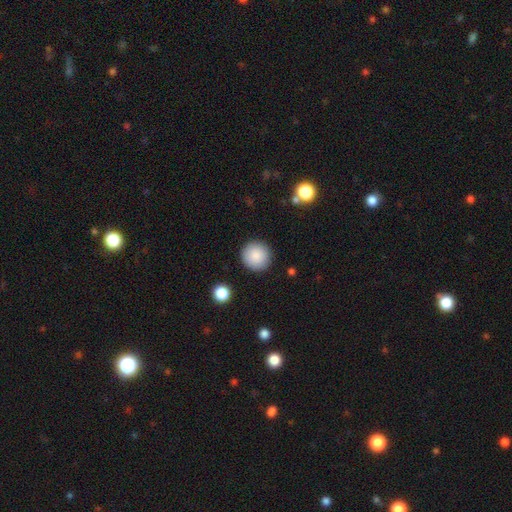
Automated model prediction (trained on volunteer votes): Overall: smooth (88%). How rounded: round (95%). Merging: none (91%).